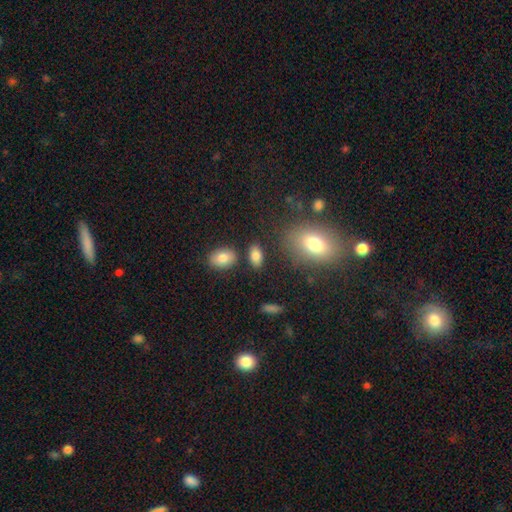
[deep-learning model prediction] The model was most divided on "merging": none: 81%, minor disturbance: 10%, merger: 6%, major disturbance: 3%. More confident: how rounded — in between (90%); smooth or featured — smooth (84%).